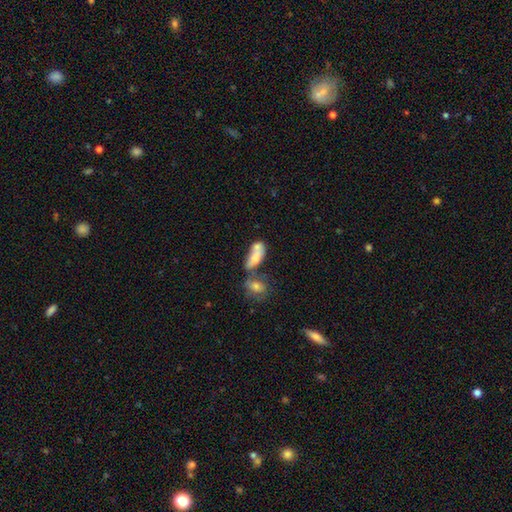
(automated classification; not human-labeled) Smooth or featured? smooth (69%)
How rounded? in between (77%)
Merging? merger (52%)